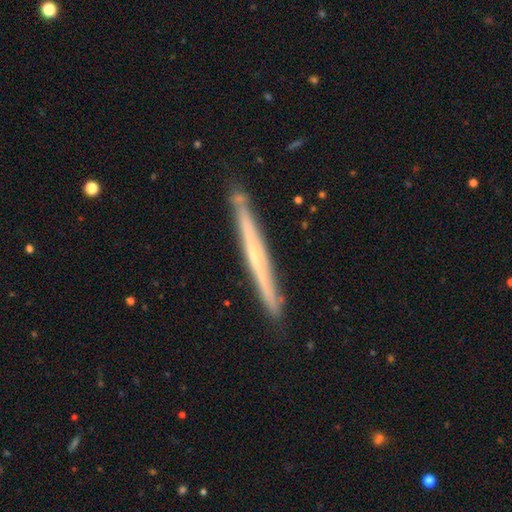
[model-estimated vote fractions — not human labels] This is likely a featured or disk galaxy (69%). It is clearly viewed edge-on (96%). Edge-on bulge: likely none (61%). Merging: clearly none (87%).